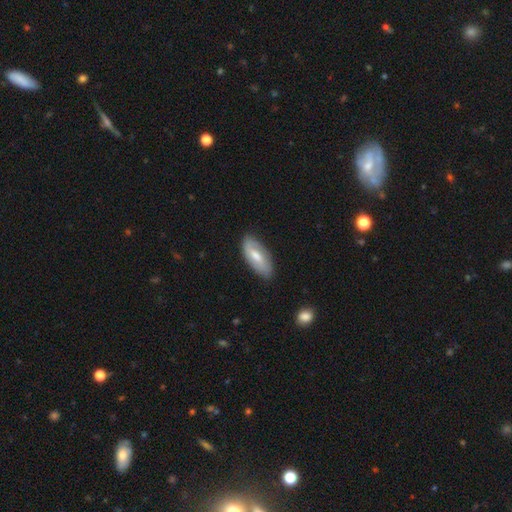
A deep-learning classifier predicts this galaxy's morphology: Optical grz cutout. It shows a smooth galaxy with no disk features (48%). Merging: none (80%).